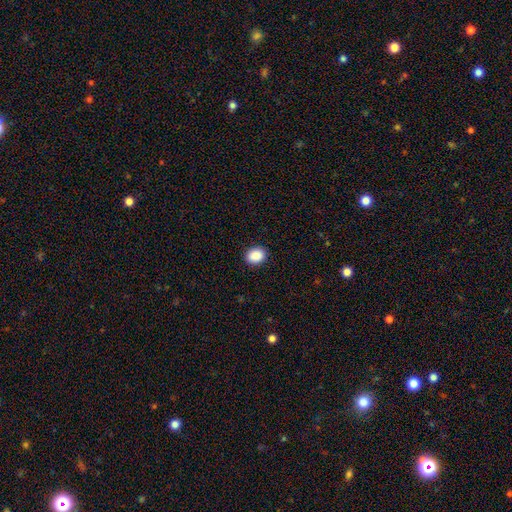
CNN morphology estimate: A smooth galaxy with no disk features (90%) that is in between round and cigar-shaped (53%). Merging: none (91%).